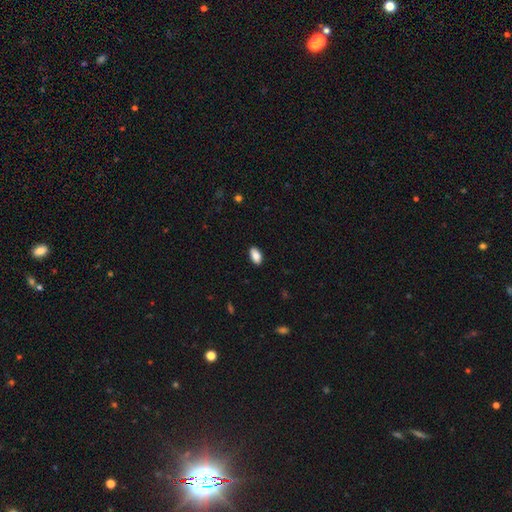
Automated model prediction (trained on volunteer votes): This appears to be a smooth galaxy with no disk features (88%) that is in between round and cigar-shaped (93%). Merging: none (88%).